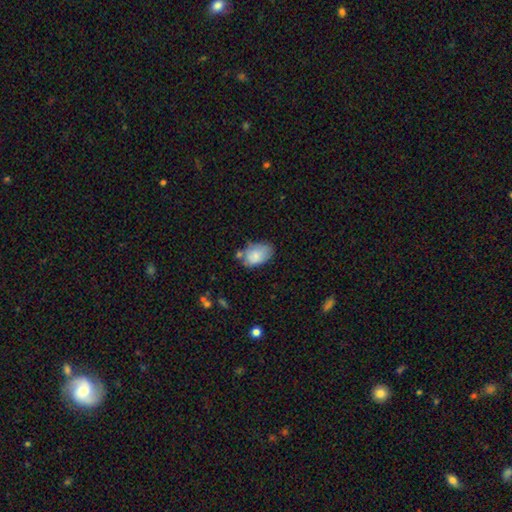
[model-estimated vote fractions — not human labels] A smooth galaxy with no disk features (79%) that is in between round and cigar-shaped (88%). Merging: none (52%).